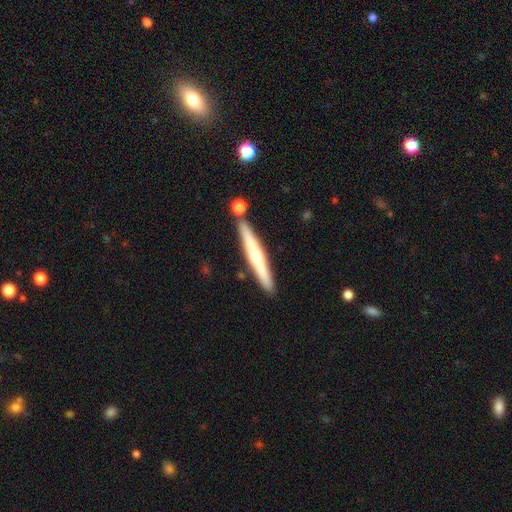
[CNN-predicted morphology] type=featured or disk (55%); edge-on=yes (95%); edge-on bulge=rounded (76%); merging=none (85%).